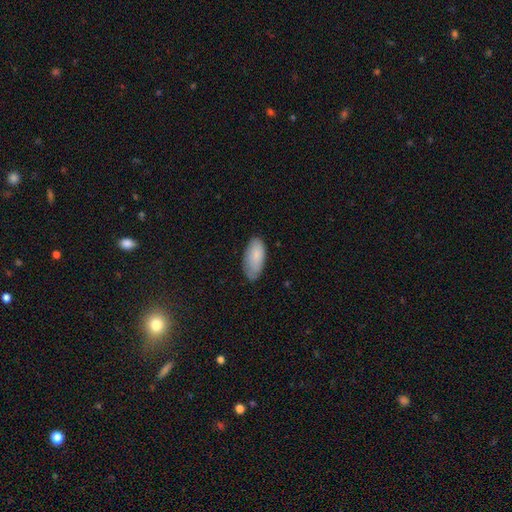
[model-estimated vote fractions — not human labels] Smooth or featured? Predicted: smooth (p=0.83). How rounded? Predicted: in between (p=0.90). Merging? Predicted: none (p=0.69).